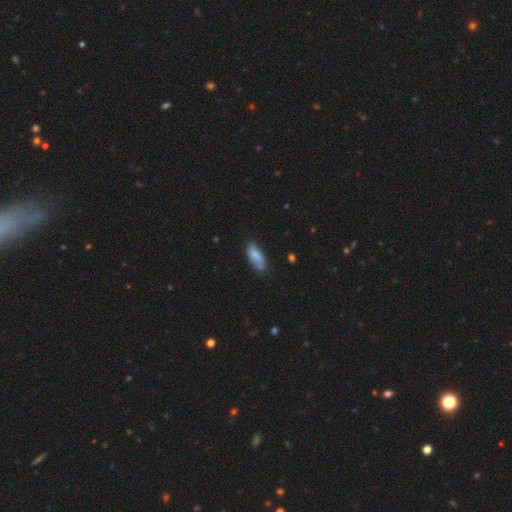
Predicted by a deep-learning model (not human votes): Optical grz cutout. It shows a smooth galaxy with no disk features (81%) that is in between round and cigar-shaped (78%). Merging: none (63%).